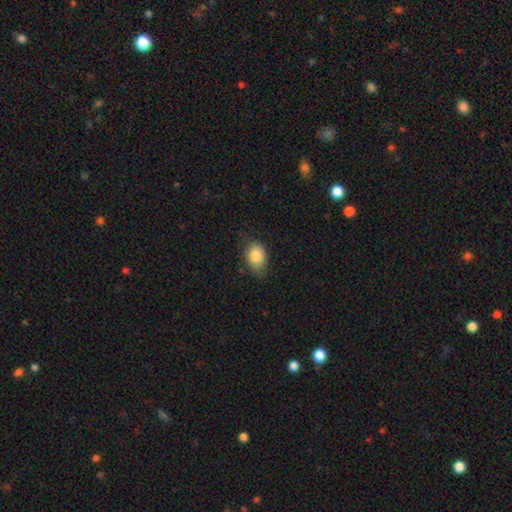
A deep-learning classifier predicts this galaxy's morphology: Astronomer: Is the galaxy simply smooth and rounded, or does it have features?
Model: smooth — 85%.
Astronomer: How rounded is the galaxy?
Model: in between — 82%.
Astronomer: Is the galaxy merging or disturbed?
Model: none — 69%.